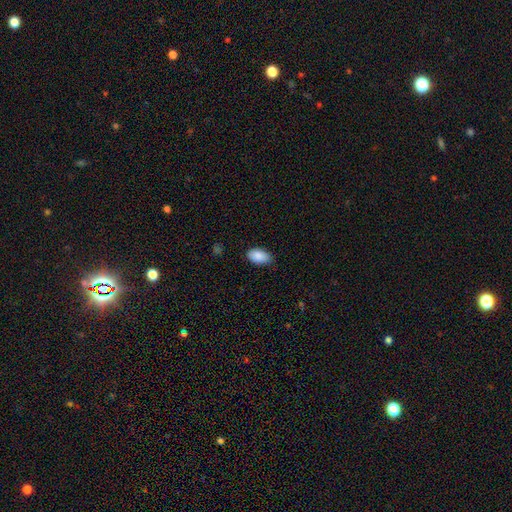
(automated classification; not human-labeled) Smooth or featured? smooth (89%)
How rounded? in between (94%)
Merging? none (81%)